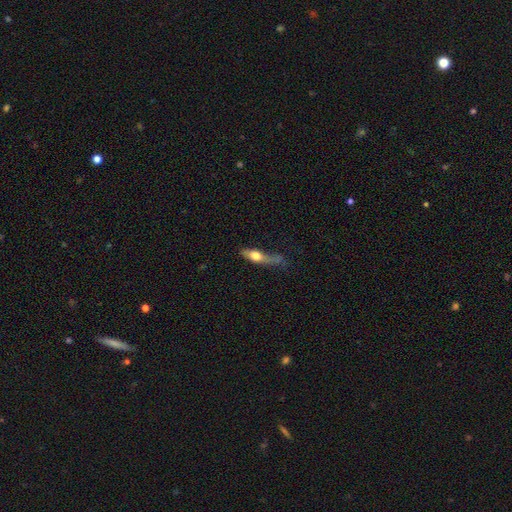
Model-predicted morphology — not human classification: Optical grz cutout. It shows a smooth galaxy with no disk features (54%) that is cigar-shaped (56%). Merging: none (35%).